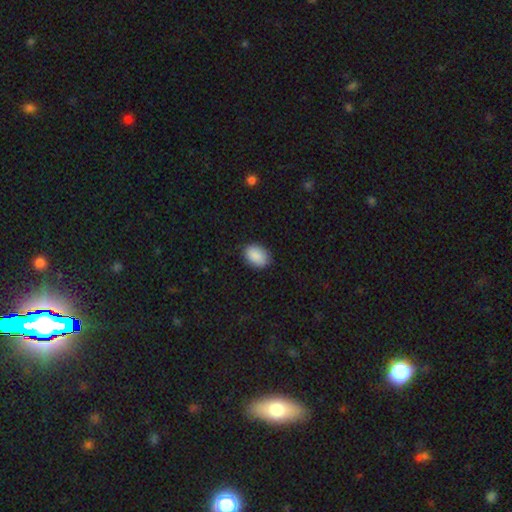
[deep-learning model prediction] smooth_or_featured: smooth (p=0.89) [alt: star or artifact p=0.07]
how_rounded: in between (p=0.81) [alt: round p=0.18]
merging: none (p=0.85) [alt: minor disturbance p=0.11]